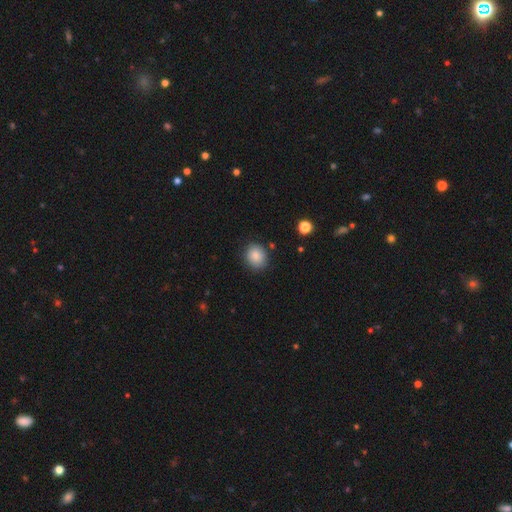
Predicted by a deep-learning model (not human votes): This appears to be a smooth galaxy with no disk features (85%) that is round (72%). Merging: none (85%).